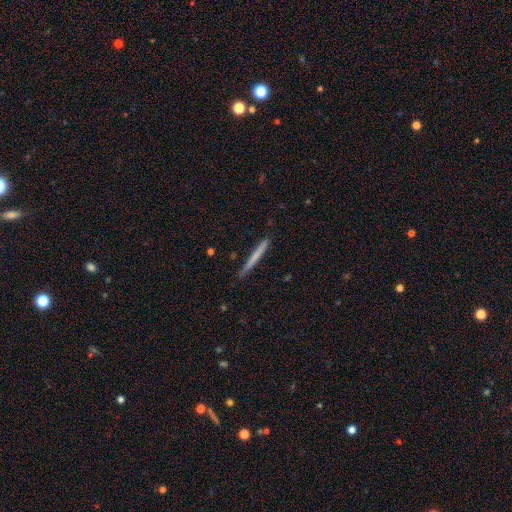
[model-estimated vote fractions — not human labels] Smooth or featured?
  - smooth: 68% *
  - featured or disk: 27%
  - star or artifact: 6%
How rounded?
  - cigar-shaped: 97% *
  - in between: 2%
  - round: 1%
Merging?
  - none: 87% *
  - minor disturbance: 10%
  - major disturbance: 2%
  - merger: 1%